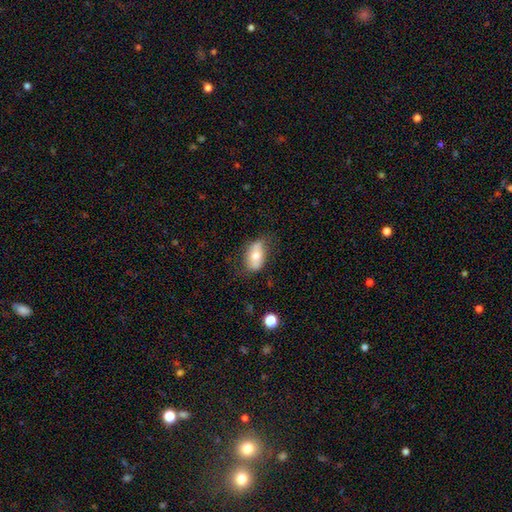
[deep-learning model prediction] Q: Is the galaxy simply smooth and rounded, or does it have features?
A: smooth — 64%.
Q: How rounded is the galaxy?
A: in between — 90%.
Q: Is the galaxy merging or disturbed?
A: none — 63%.